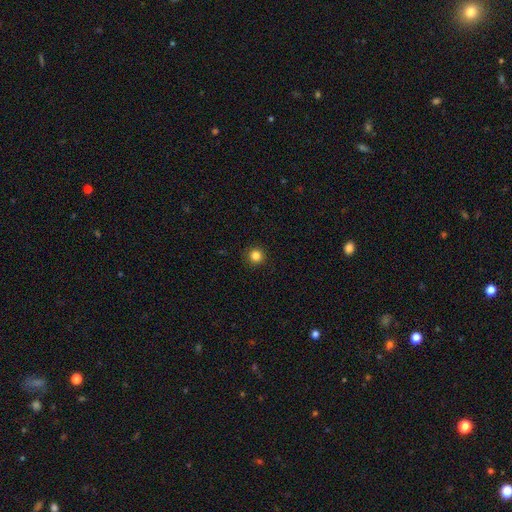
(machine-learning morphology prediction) Smooth or featured? Predicted: smooth (p=0.84). How rounded? Predicted: round (p=0.95). Merging? Predicted: none (p=0.92).